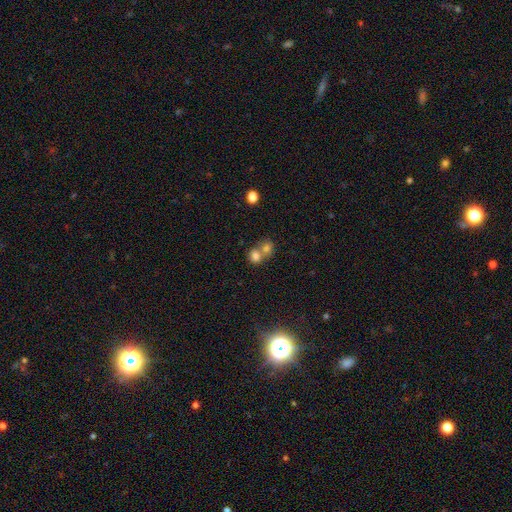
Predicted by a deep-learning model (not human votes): This is likely a smooth galaxy (76%). How rounded: likely round (68%). Merging: likely merger (62%).